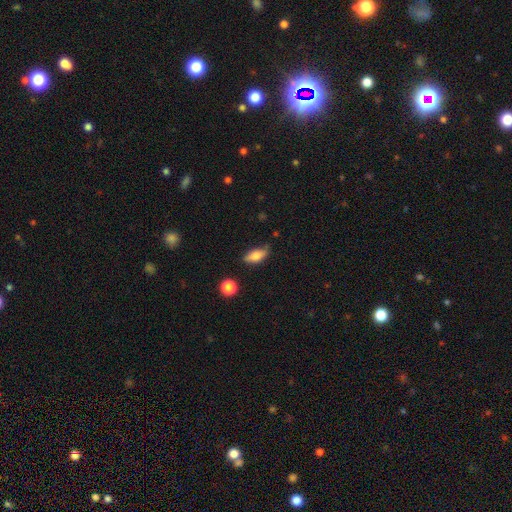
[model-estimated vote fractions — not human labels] The model was most divided on "merging": none: 74%, minor disturbance: 20%, major disturbance: 4%, merger: 3%. More confident: how rounded — in between (78%); smooth or featured — smooth (76%).